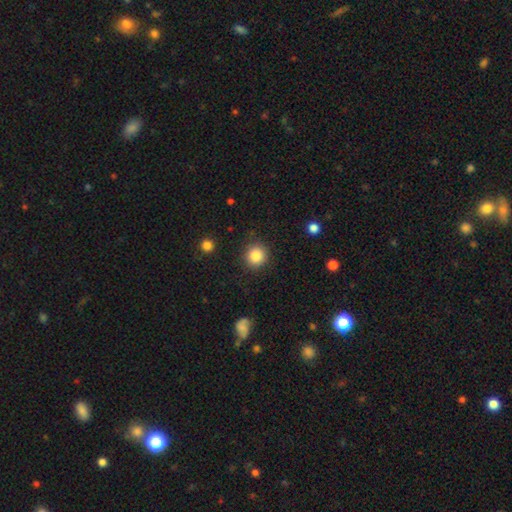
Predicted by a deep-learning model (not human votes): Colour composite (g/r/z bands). It shows a smooth galaxy with no disk features (86%) that is round (92%). Merging: none (90%).